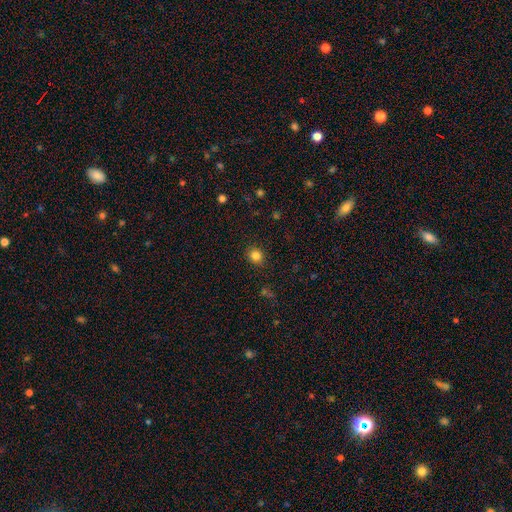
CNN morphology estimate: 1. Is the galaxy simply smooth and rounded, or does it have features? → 84% smooth, 12% star or artifact, 5% featured or disk.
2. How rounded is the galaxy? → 73% round, 26% in between, 1% cigar-shaped.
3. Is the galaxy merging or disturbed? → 88% none, 8% minor disturbance, 2% major disturbance, 1% merger.